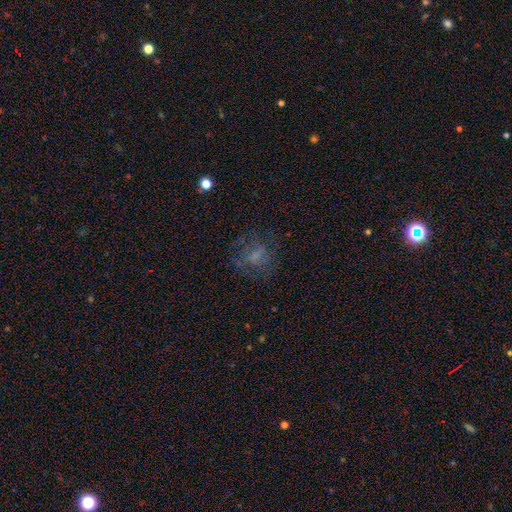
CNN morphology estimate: The model was most divided on "smooth or featured": smooth: 52%, featured or disk: 30%, star or artifact: 18%. More confident: how rounded — round (64%); merging — none (63%).